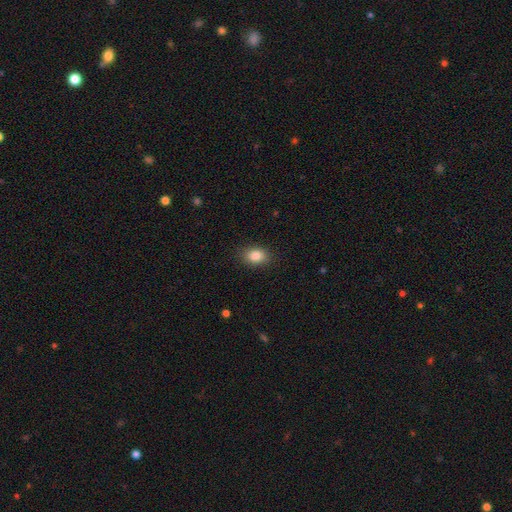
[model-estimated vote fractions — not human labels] smooth 86%, star or artifact 9%, featured or disk 5%. Down the decision tree: how rounded — in between (73%); merging — none (87%).